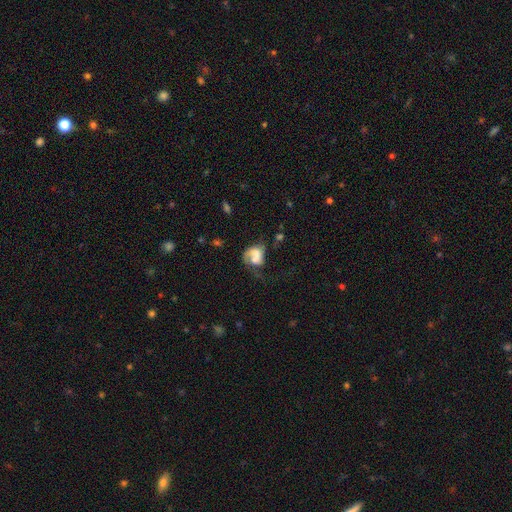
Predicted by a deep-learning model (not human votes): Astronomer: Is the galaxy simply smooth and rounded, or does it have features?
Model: featured or disk — 50% (runner-up: smooth, 41%).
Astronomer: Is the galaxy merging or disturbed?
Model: major disturbance — 41% (runner-up: none, 24%).